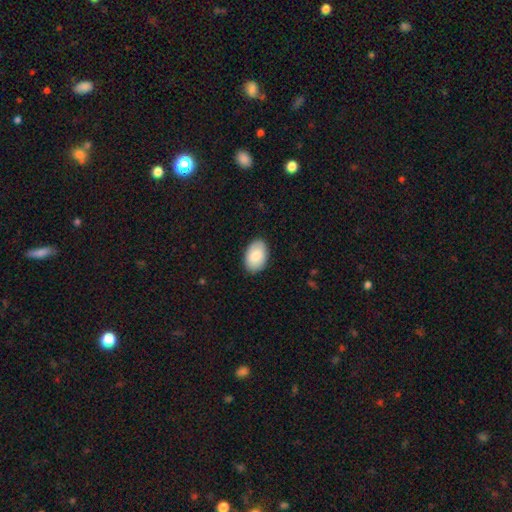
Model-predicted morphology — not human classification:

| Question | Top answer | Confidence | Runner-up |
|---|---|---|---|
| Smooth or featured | smooth | 86% | featured or disk (9%) |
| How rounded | in between | 92% | round (7%) |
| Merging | none | 87% | minor disturbance (10%) |